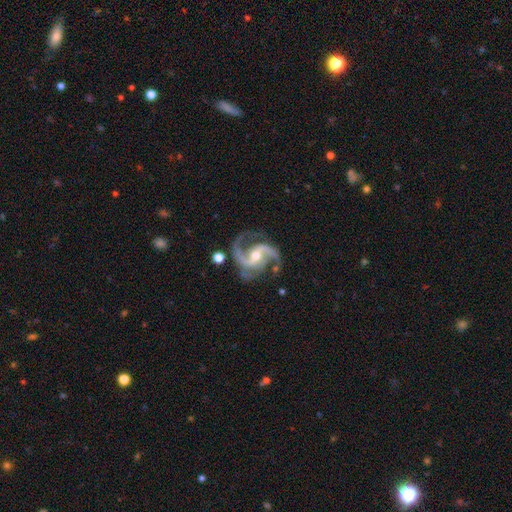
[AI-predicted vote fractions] Overall: featured or disk (93%). Edge-on disk: no (98%). Bar: weak (42%; no 29%). Spiral arms: yes (99%). Spiral arm count: 2 (79%). Spiral winding: medium (59%; loose 29%). Bulge size: moderate (60%; small 36%). Merging: none (71%).